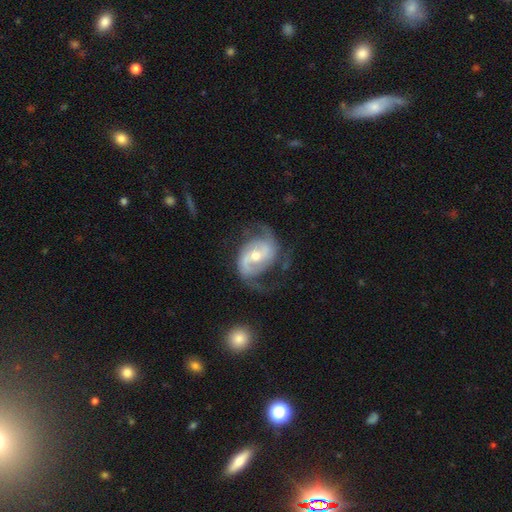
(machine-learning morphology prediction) Q: Smooth or featured?
A: featured or disk (87%); runner-up: smooth (8%)
Q: Edge-on disk?
A: no (97%); runner-up: yes (3%)
Q: Bar?
A: weak (42%); runner-up: no (35%)
Q: Spiral arms?
A: yes (95%); runner-up: no (5%)
Q: Spiral winding?
A: medium (47%); runner-up: loose (34%)
Q: Spiral arm count?
A: 2 (82%); runner-up: can't tell (6%)
Q: Bulge size?
A: moderate (56%); runner-up: small (39%)
Q: Merging?
A: none (59%); runner-up: minor disturbance (20%)